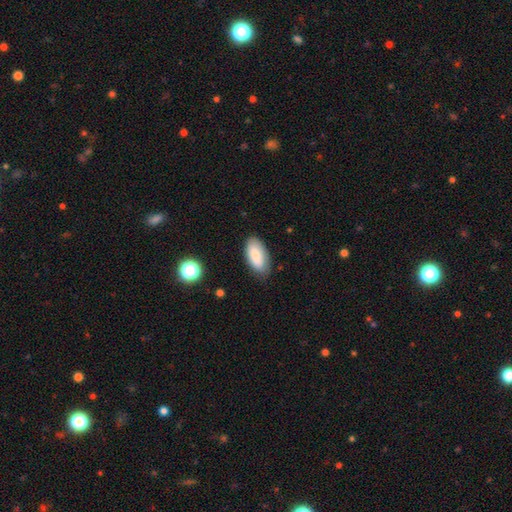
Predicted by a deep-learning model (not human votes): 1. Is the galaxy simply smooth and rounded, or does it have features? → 85% smooth, 8% featured or disk, 7% star or artifact.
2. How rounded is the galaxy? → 90% in between, 8% cigar-shaped, 2% round.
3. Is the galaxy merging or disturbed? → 80% none, 16% minor disturbance, 3% major disturbance, 1% merger.